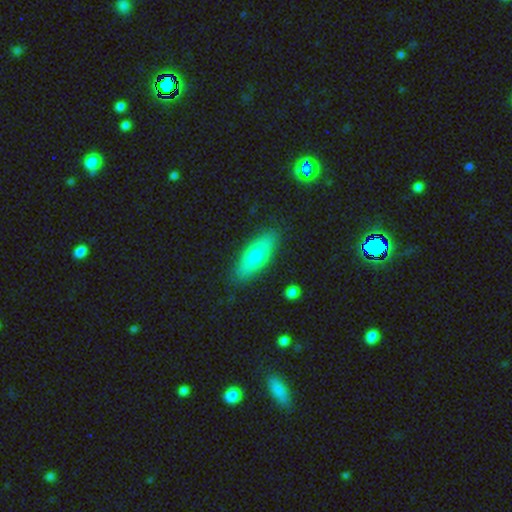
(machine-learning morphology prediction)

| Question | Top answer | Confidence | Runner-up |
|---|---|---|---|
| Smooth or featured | smooth | 71% | featured or disk (23%) |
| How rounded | in between | 68% | cigar-shaped (29%) |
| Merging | none | 86% | minor disturbance (10%) |